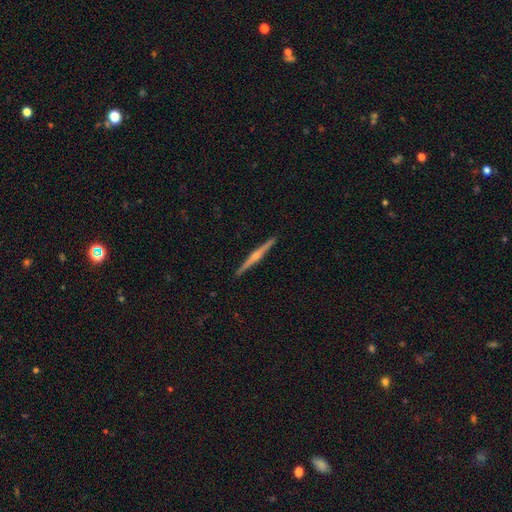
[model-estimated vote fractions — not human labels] The model was most divided on "smooth or featured": featured or disk: 78%, smooth: 17%, star or artifact: 6%. More confident: edge-on disk — yes (99%); merging — none (93%); edge-on bulge — rounded (78%).